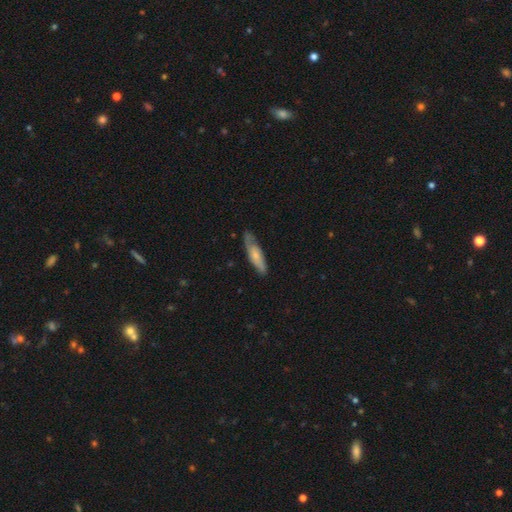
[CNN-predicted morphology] This is possibly a smooth galaxy (57%). How rounded: possibly cigar-shaped (58%). Merging: likely none (65%).